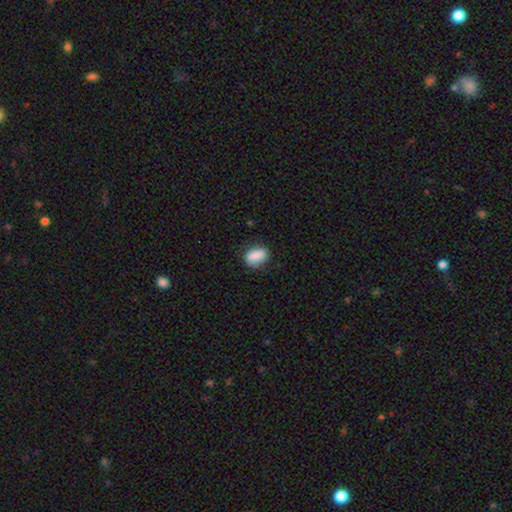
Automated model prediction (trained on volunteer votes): smooth_or_featured: smooth (p=0.86) [alt: star or artifact p=0.08]
how_rounded: in between (p=0.80) [alt: round p=0.16]
merging: none (p=0.79) [alt: minor disturbance p=0.16]